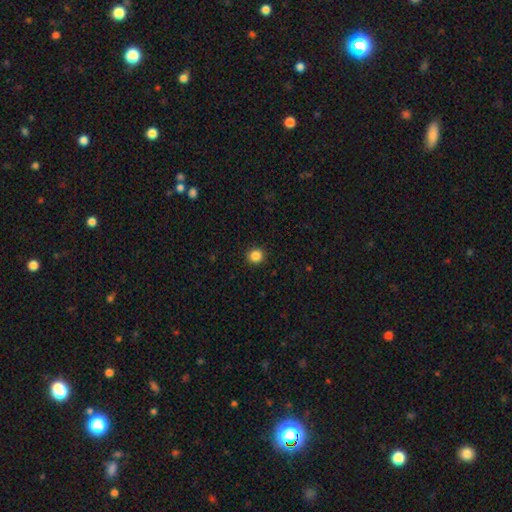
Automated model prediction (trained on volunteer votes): smooth 86%, star or artifact 11%, featured or disk 3%. Down the decision tree: how rounded — round (92%); merging — none (93%).